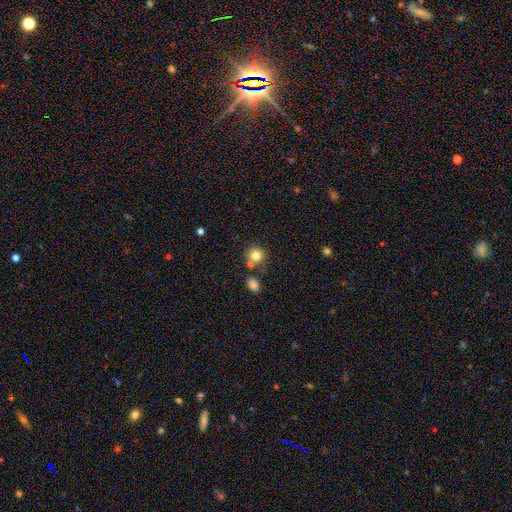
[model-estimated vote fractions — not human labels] Overall: smooth (80%). How rounded: round (88%). Merging: none (66%).